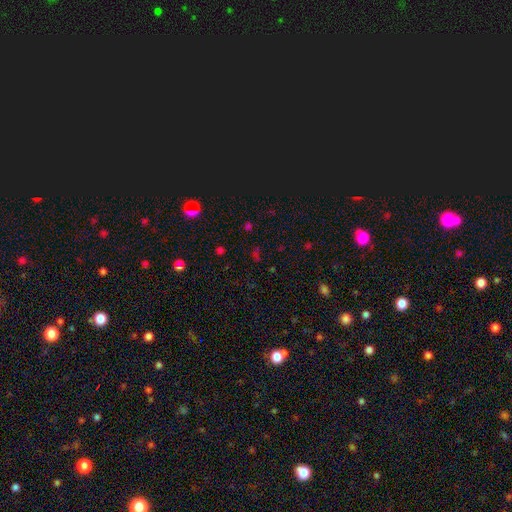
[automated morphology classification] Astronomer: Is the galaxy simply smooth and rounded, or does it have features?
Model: star or artifact — 58% (runner-up: smooth, 33%).